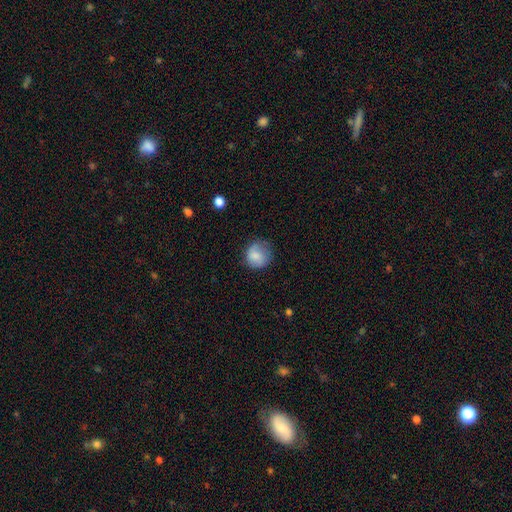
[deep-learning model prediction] Q: Smooth or featured?
A: smooth (80%); runner-up: featured or disk (12%)
Q: How rounded?
A: round (84%); runner-up: in between (16%)
Q: Merging?
A: none (62%); runner-up: minor disturbance (26%)